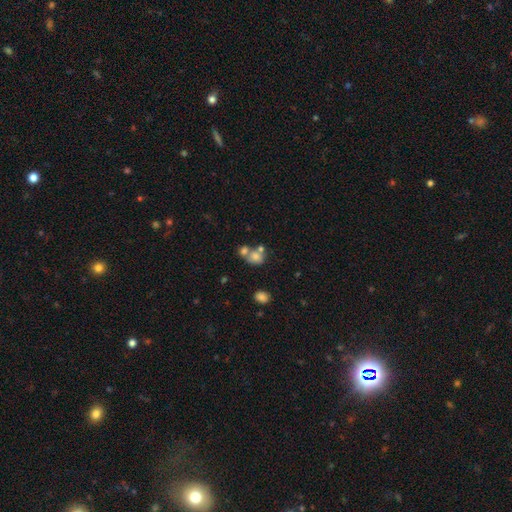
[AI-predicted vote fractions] Smooth or featured? smooth (72%)
How rounded? round (64%)
Merging? merger (50%)